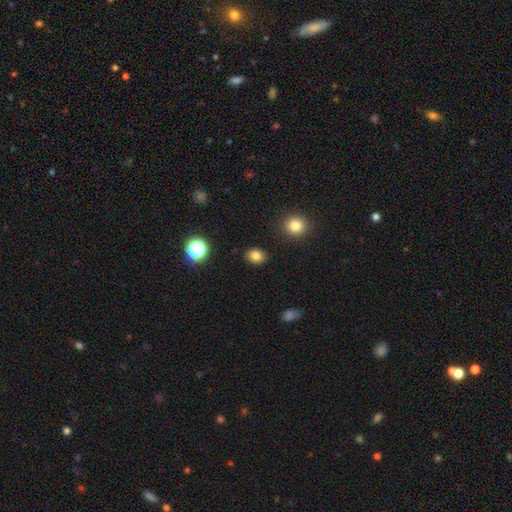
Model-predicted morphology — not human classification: smooth-or-featured: smooth: 82% | star or artifact: 12% | featured or disk: 6%
  how-rounded: in between: 55% | round: 44% | cigar-shaped: 1%
  merging: none: 88% | minor disturbance: 8% | major disturbance: 2% | merger: 2%